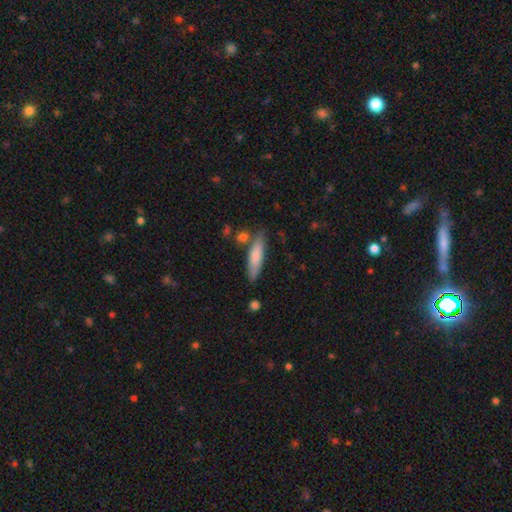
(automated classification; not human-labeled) Smooth or featured? Predicted: smooth (p=0.77). How rounded? Predicted: cigar-shaped (p=0.72). Merging? Predicted: none (p=0.76).